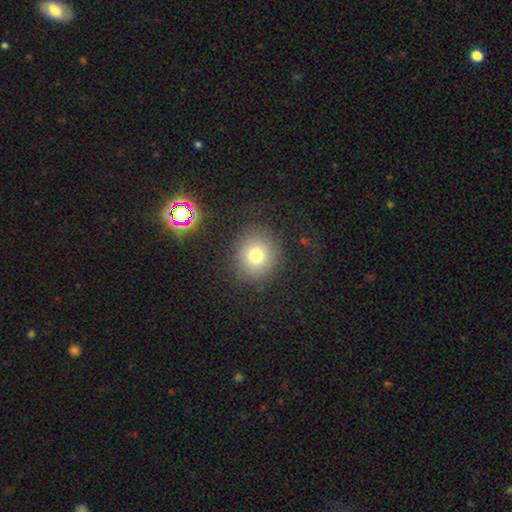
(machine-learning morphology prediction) smooth 76%, star or artifact 14%, featured or disk 10%. Down the decision tree: how rounded — round (83%); merging — none (83%).